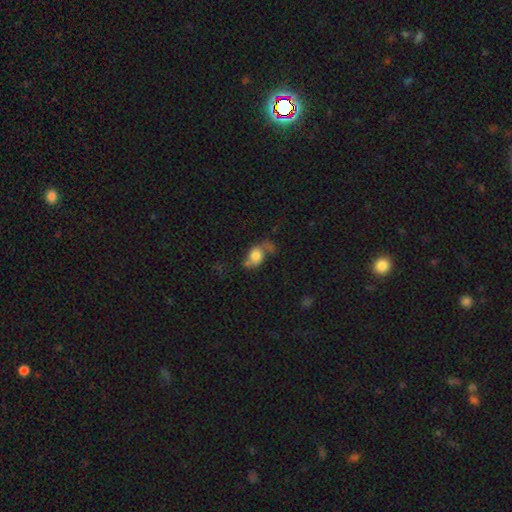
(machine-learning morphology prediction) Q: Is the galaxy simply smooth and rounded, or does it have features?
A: smooth — 59%.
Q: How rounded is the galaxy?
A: in between — 60%.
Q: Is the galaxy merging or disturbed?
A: none — 38%.